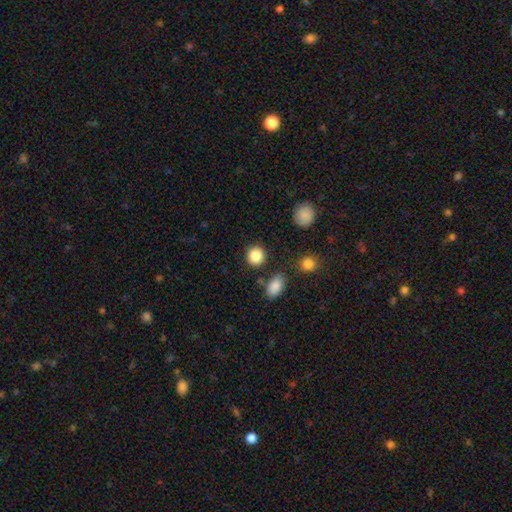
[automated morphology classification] The model was most divided on "how rounded": round: 87%, in between: 12%, cigar-shaped: 1%. More confident: merging — none (86%); smooth or featured — smooth (86%).